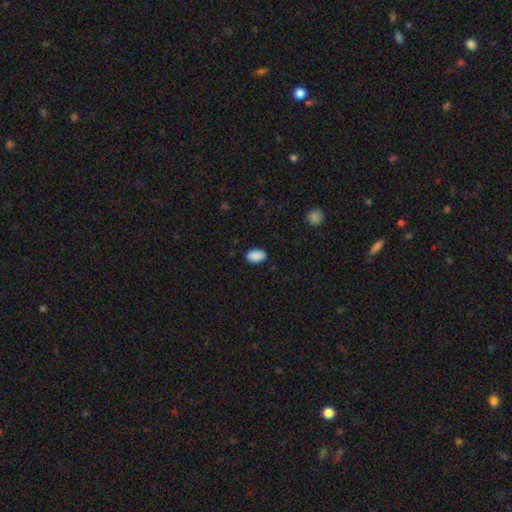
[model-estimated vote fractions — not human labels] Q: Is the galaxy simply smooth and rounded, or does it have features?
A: smooth — 90%.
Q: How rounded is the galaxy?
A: in between — 92%.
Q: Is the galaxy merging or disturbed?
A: none — 87%.